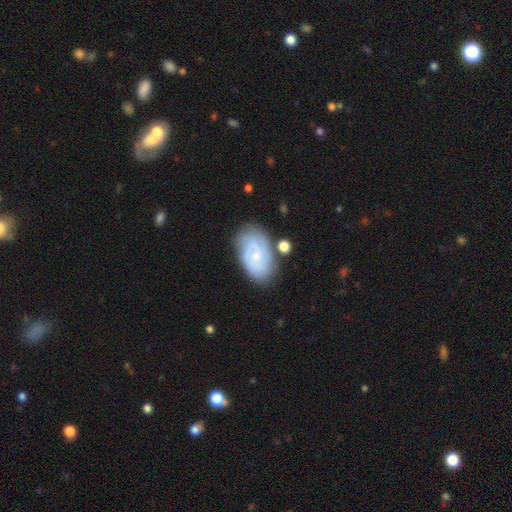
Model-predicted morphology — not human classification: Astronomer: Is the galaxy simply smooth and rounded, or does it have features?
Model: featured or disk — 61%.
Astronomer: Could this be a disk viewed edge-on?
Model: no — 96%.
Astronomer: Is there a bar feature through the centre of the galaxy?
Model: no — 68%.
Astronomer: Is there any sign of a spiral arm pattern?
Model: yes — 87%.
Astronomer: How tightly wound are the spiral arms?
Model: tight — 58%.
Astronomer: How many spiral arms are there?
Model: can't tell — 40% (runner-up: 2, 34%).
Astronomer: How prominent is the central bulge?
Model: small — 72%.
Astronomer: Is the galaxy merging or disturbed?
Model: none — 69%.